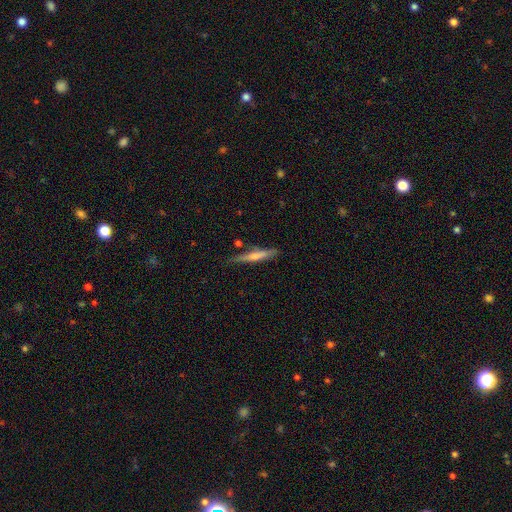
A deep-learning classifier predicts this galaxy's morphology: smooth 56%, featured or disk 38%, star or artifact 6%. Down the decision tree: how rounded — cigar-shaped (92%); merging — none (73%).